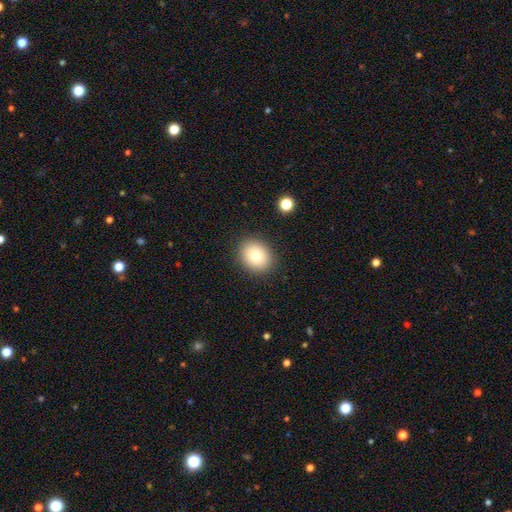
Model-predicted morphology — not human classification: Overall: smooth (78%). How rounded: round (64%; in between 35%). Merging: none (89%).